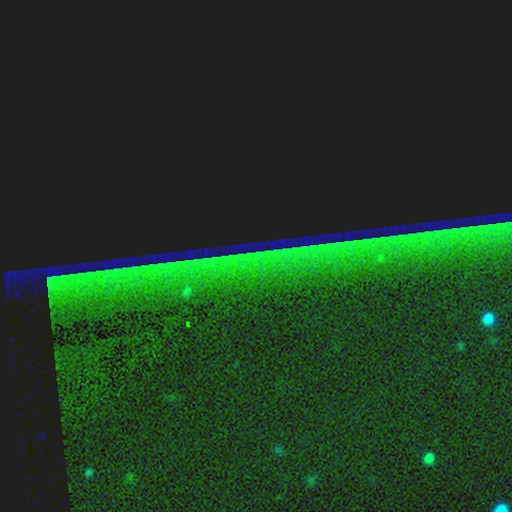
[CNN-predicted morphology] This is clearly a star or artifact rather than a galaxy (88%).